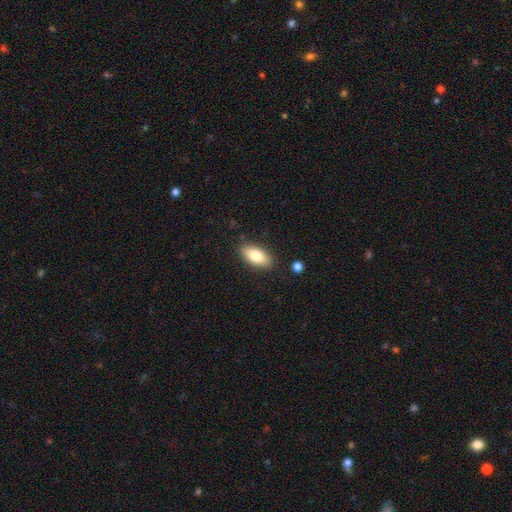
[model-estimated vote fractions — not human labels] smooth-or-featured: smooth: 78% | featured or disk: 15% | star or artifact: 7%
  how-rounded: in between: 87% | cigar-shaped: 10% | round: 3%
  merging: none: 85% | minor disturbance: 11% | major disturbance: 3% | merger: 2%